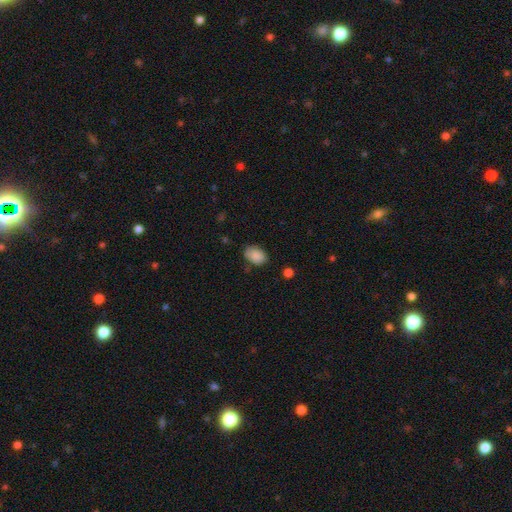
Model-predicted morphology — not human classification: Smooth or featured?
  - smooth: 88% *
  - star or artifact: 7%
  - featured or disk: 4%
How rounded?
  - in between: 85% *
  - round: 14%
  - cigar-shaped: 1%
Merging?
  - none: 76% *
  - minor disturbance: 18%
  - major disturbance: 4%
  - merger: 2%